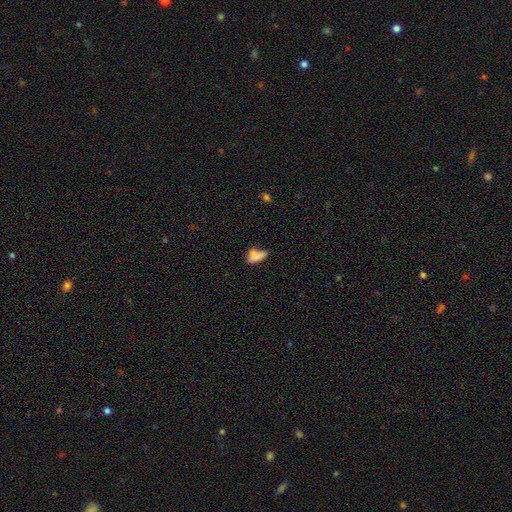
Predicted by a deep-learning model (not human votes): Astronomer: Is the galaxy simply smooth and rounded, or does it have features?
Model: smooth — 74%.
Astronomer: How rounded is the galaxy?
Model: in between — 84%.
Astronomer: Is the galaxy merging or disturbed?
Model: none — 31% (runner-up: minor disturbance, 27%).